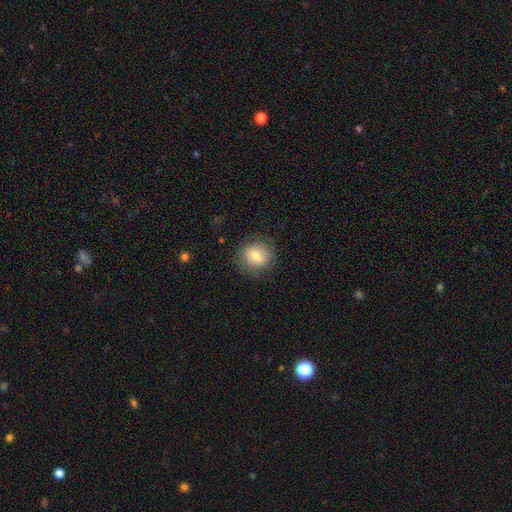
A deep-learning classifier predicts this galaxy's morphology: Q: Smooth or featured?
A: smooth (75%); runner-up: featured or disk (16%)
Q: How rounded?
A: round (83%); runner-up: in between (16%)
Q: Merging?
A: none (83%); runner-up: minor disturbance (11%)